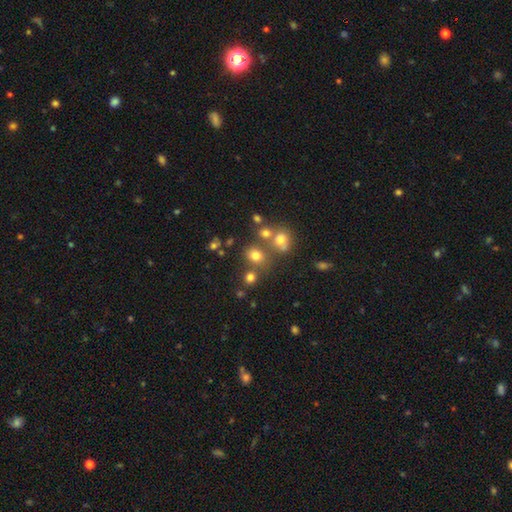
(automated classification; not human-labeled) smooth-or-featured: smooth: 72% | star or artifact: 19% | featured or disk: 9%
  how-rounded: round: 68% | in between: 31% | cigar-shaped: 1%
  merging: none: 65% | merger: 19% | minor disturbance: 11% | major disturbance: 5%